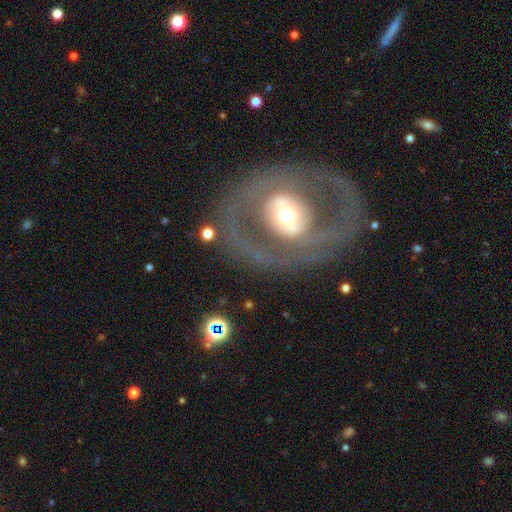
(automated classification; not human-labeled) smooth-or-featured: featured or disk: 75% | smooth: 18% | star or artifact: 7%
  disk-edge-on: no: 95% | yes: 5%
    bar: no: 54% | weak: 27% | strong: 19%
    has-spiral-arms: yes: 51% | no: 49%
    bulge-size: moderate: 55% | large: 21% | small: 20% | dominant: 3% | none: 1%
  merging: none: 76% | minor disturbance: 12% | major disturbance: 10% | merger: 2%